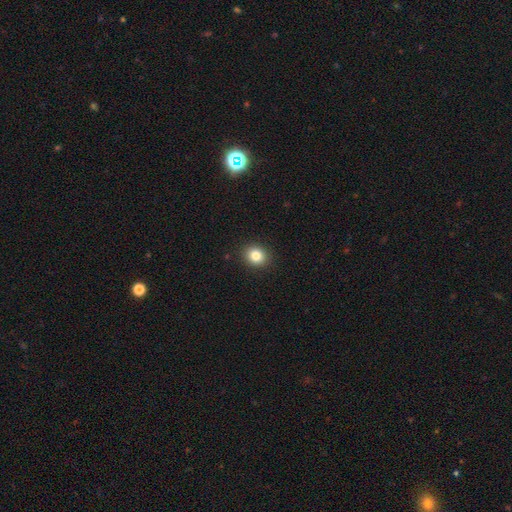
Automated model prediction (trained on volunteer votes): Smooth or featured?
  - smooth: 84% *
  - star or artifact: 10%
  - featured or disk: 6%
How rounded?
  - round: 68% *
  - in between: 31%
  - cigar-shaped: 1%
Merging?
  - none: 91% *
  - minor disturbance: 6%
  - major disturbance: 2%
  - merger: 1%